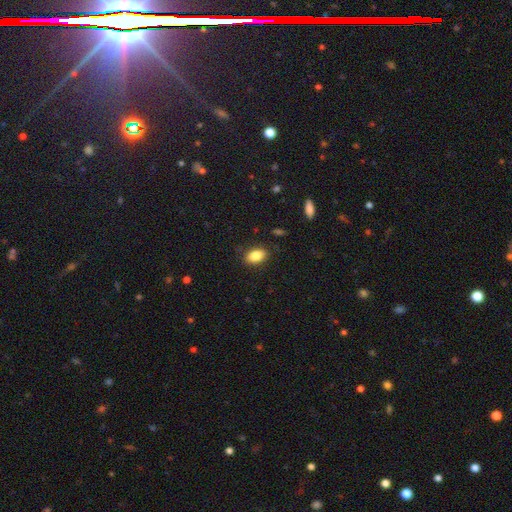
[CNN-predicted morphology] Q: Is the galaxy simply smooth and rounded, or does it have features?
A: smooth — 86%.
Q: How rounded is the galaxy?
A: in between — 89%.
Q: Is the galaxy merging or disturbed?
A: none — 87%.